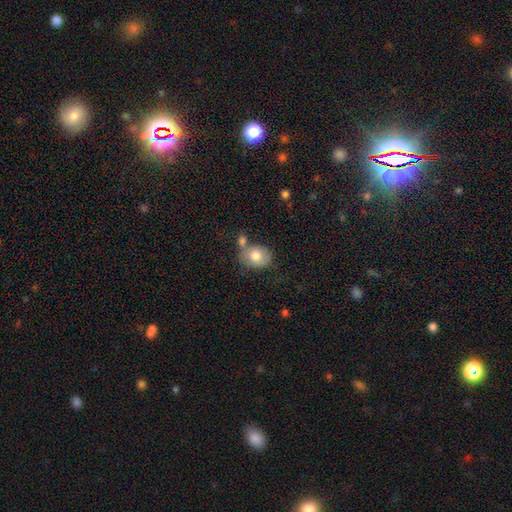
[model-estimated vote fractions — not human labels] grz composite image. It shows a smooth galaxy with no disk features (78%) that is round (53%). Merging: none (51%).